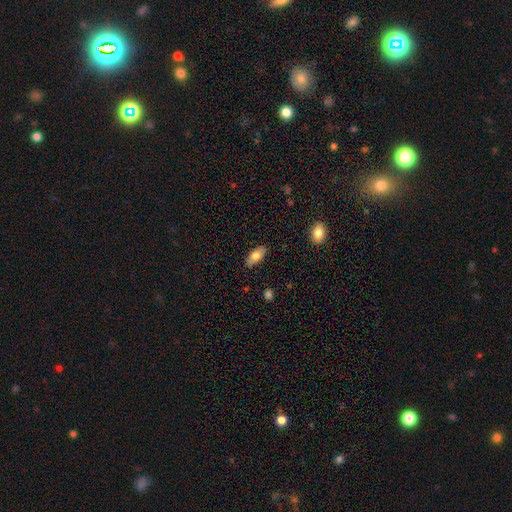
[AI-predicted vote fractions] A smooth galaxy with no disk features (78%) that is in between round and cigar-shaped (87%).

Vote fractions:
- Smooth or featured? smooth: 78% / featured or disk: 15% / star or artifact: 7%
- How rounded? in between: 87% / cigar-shaped: 11% / round: 3%
- Merging? none: 86% / minor disturbance: 10% / major disturbance: 2% / merger: 1%